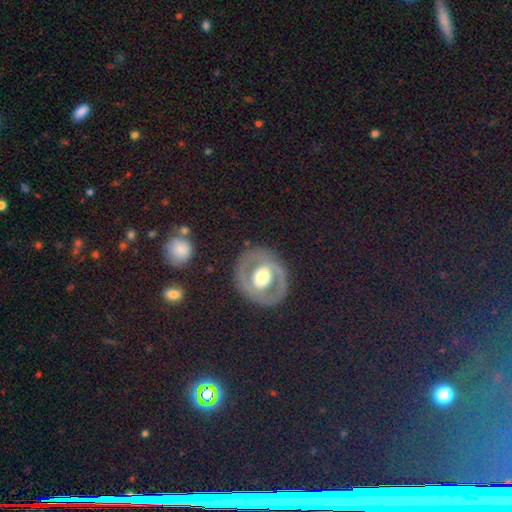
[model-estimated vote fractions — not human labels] smooth-or-featured: featured or disk: 61% | smooth: 29% | star or artifact: 10%
  disk-edge-on: no: 94% | yes: 6%
    bar: no: 50% | weak: 30% | strong: 20%
    has-spiral-arms: no: 61% | yes: 39%
    bulge-size: moderate: 64% | large: 27% | small: 5% | dominant: 2% | none: 1%
  merging: none: 80% | minor disturbance: 12% | major disturbance: 6% | merger: 2%